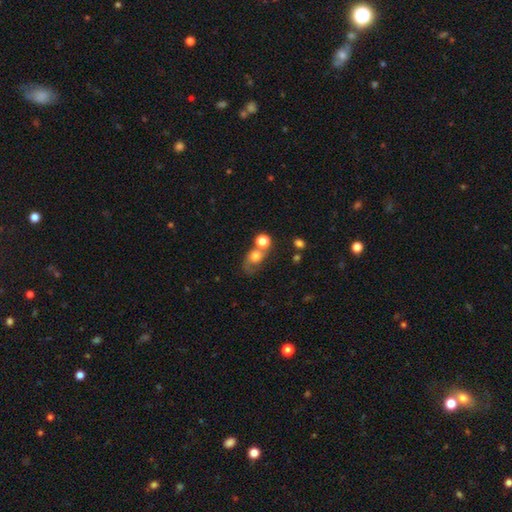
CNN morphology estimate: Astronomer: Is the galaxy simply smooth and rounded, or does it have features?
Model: smooth — 64%.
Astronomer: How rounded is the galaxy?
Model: round — 56% (runner-up: in between, 41%).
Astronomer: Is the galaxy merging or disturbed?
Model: merger — 37% (runner-up: none, 31%).